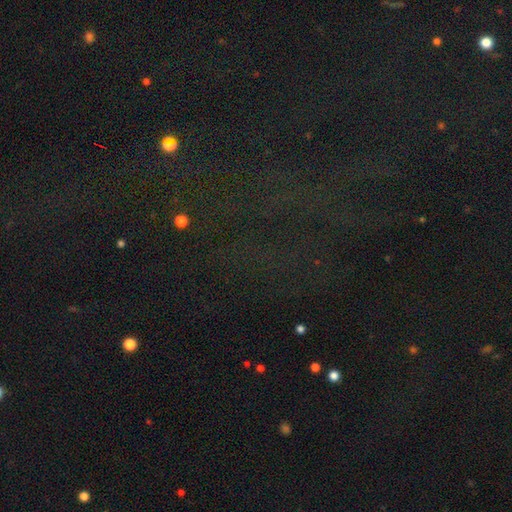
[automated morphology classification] star or artifact 78%, smooth 13%, featured or disk 9%.